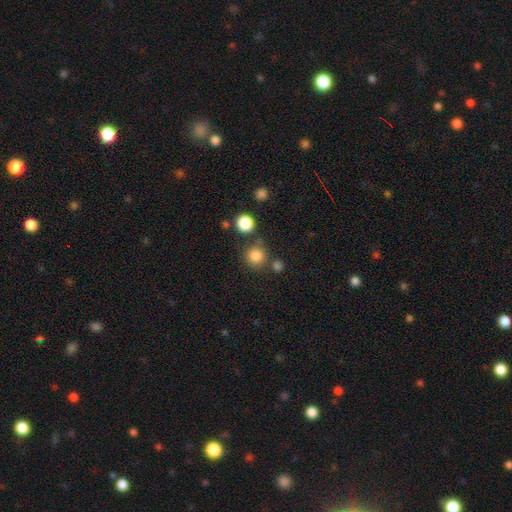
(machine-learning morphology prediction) Smooth or featured?
  - smooth: 83% *
  - star or artifact: 12%
  - featured or disk: 5%
How rounded?
  - round: 92% *
  - in between: 8%
  - cigar-shaped: 1%
Merging?
  - none: 74% *
  - merger: 11%
  - minor disturbance: 11%
  - major disturbance: 4%